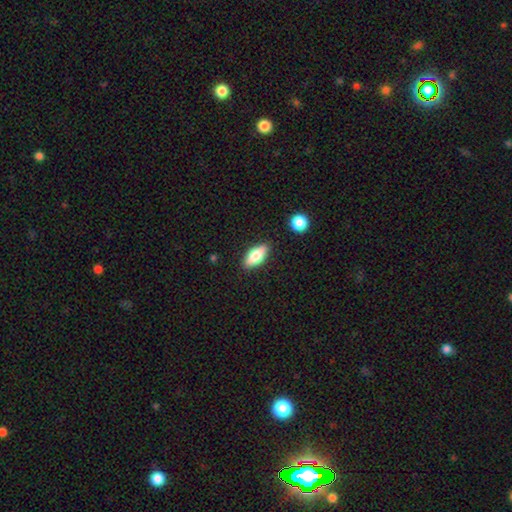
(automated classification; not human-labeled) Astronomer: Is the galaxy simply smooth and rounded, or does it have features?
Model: smooth — 72%.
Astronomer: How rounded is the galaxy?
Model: in between — 84%.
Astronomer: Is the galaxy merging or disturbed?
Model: none — 85%.